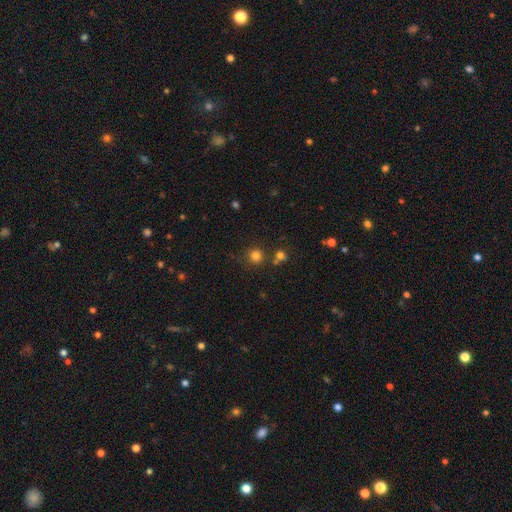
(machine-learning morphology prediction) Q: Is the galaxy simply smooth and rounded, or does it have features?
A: smooth — 79%.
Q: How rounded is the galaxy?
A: round — 93%.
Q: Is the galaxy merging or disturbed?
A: none — 75%.